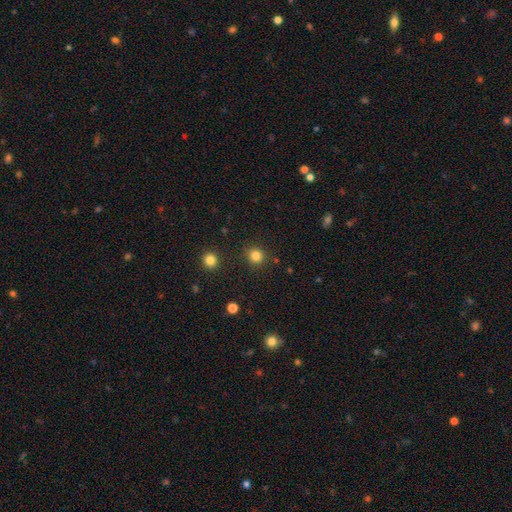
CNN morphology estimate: The model was most divided on "smooth or featured": smooth: 82%, star or artifact: 13%, featured or disk: 4%. More confident: merging — none (87%); how rounded — round (87%).